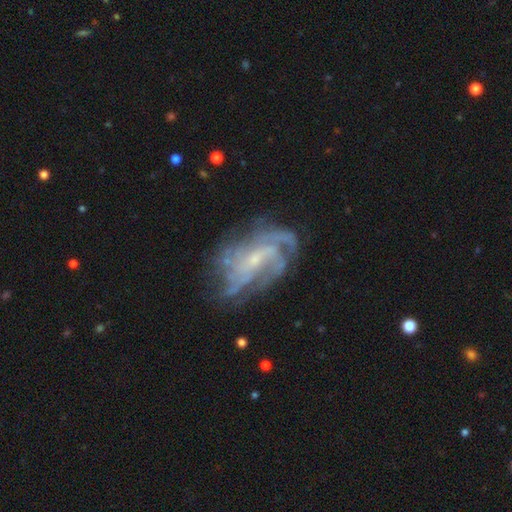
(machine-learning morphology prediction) This is likely a featured or disk galaxy (80%). It is clearly not viewed edge-on (95%). Bar: marginally weak (43%). Spiral arm pattern: clearly yes (91%). Spiral arm count: marginally can't tell (35%). Spiral winding: marginally medium (41%). Central bulge: likely small (69%). Merging: likely none (67%).